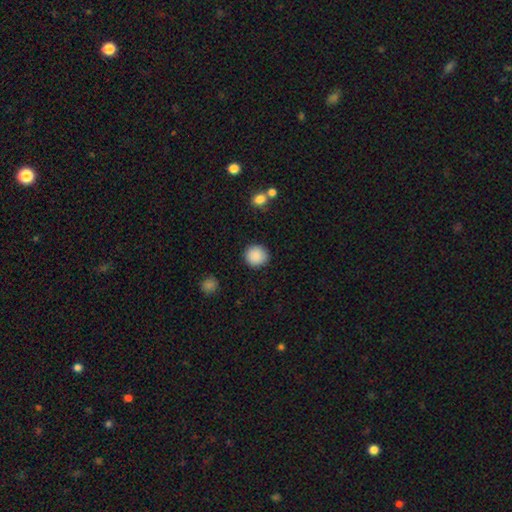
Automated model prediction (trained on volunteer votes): Q: Smooth or featured?
A: smooth (89%); runner-up: star or artifact (8%)
Q: How rounded?
A: round (93%); runner-up: in between (6%)
Q: Merging?
A: none (90%); runner-up: minor disturbance (6%)